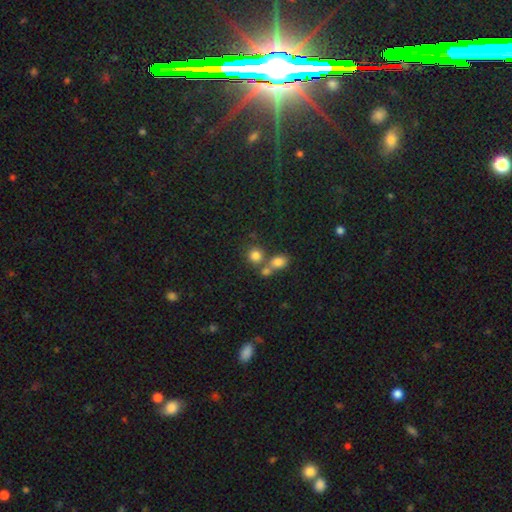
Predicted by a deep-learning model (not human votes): Smooth or featured? Predicted: smooth (p=0.77). How rounded? Predicted: round (p=0.83). Merging? Predicted: none (p=0.51).